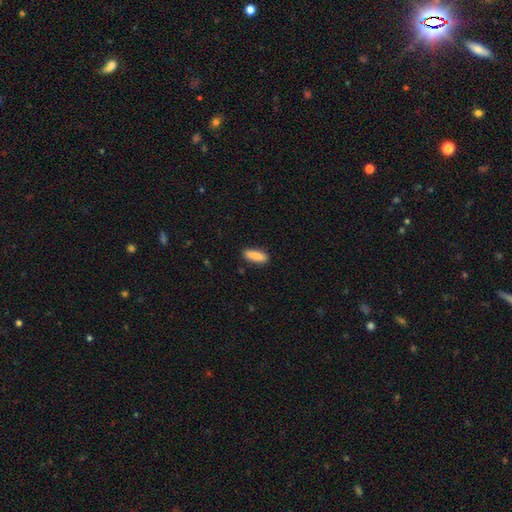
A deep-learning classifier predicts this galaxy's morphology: This is clearly a smooth galaxy (85%). How rounded: possibly in between (59%). Merging: clearly none (87%).